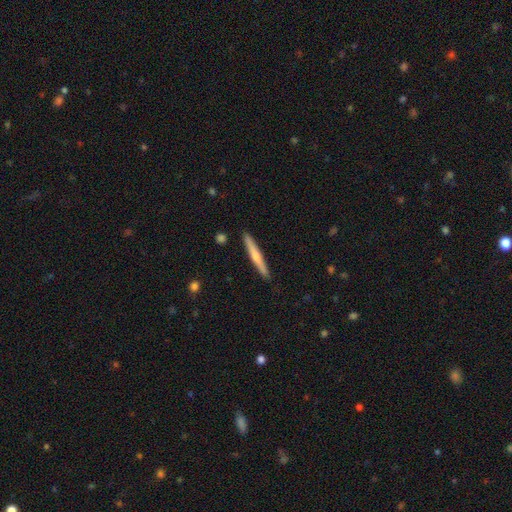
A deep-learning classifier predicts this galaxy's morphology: Smooth or featured? Predicted: smooth (p=0.48). Merging? Predicted: none (p=0.91).